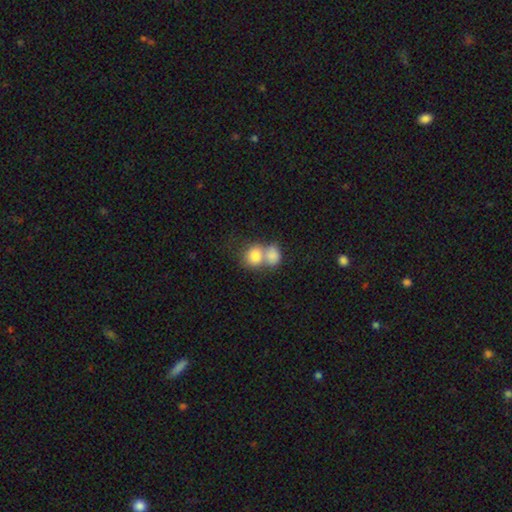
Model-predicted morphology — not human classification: Smooth or featured?
  - smooth: 80% *
  - featured or disk: 11%
  - star or artifact: 8%
How rounded?
  - round: 65% *
  - in between: 34%
  - cigar-shaped: 1%
Merging?
  - merger: 65% *
  - none: 24%
  - minor disturbance: 7%
  - major disturbance: 4%